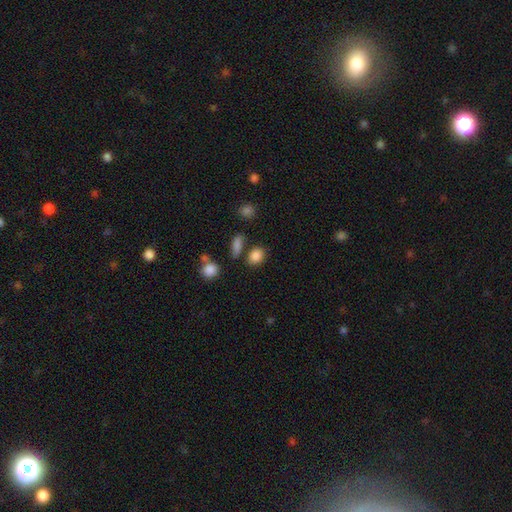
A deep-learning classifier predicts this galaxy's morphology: This appears to be a smooth galaxy with no disk features (85%) that is in between round and cigar-shaped (63%). Merging: none (72%).